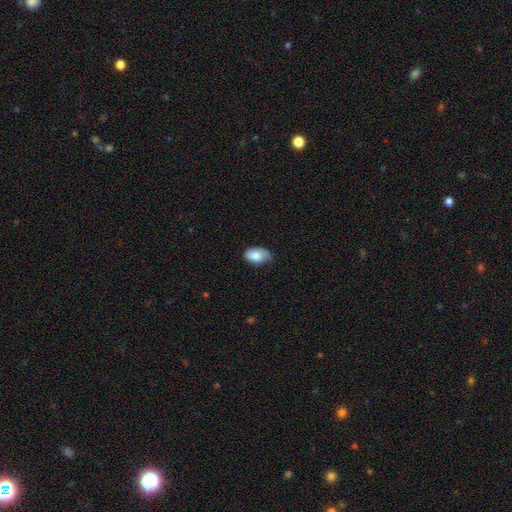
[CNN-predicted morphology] A smooth galaxy with no disk features (76%) that is in between round and cigar-shaped (92%).

Vote fractions:
- Smooth or featured? smooth: 76% / featured or disk: 17% / star or artifact: 7%
- How rounded? in between: 92% / round: 7% / cigar-shaped: 1%
- Merging? none: 57% / minor disturbance: 34% / major disturbance: 8% / merger: 1%